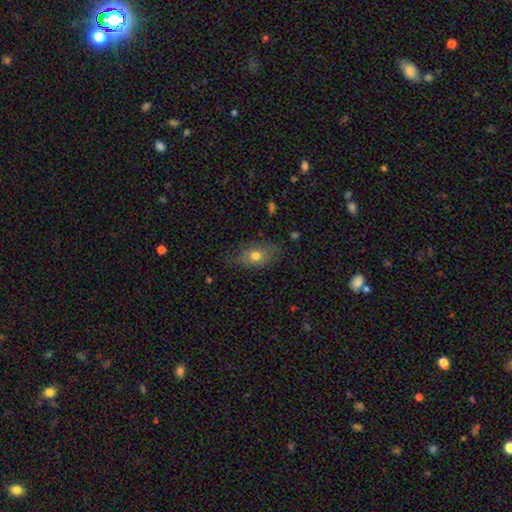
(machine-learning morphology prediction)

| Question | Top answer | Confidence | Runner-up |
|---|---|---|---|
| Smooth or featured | smooth | 73% | featured or disk (18%) |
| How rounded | in between | 79% | round (19%) |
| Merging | none | 72% | minor disturbance (21%) |